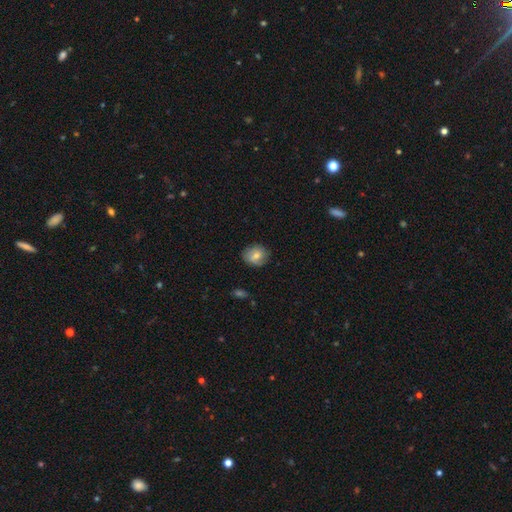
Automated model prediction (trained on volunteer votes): smooth-or-featured: smooth: 69% | featured or disk: 22% | star or artifact: 9%
  how-rounded: round: 65% | in between: 34% | cigar-shaped: 1%
  merging: none: 77% | minor disturbance: 18% | major disturbance: 4% | merger: 1%